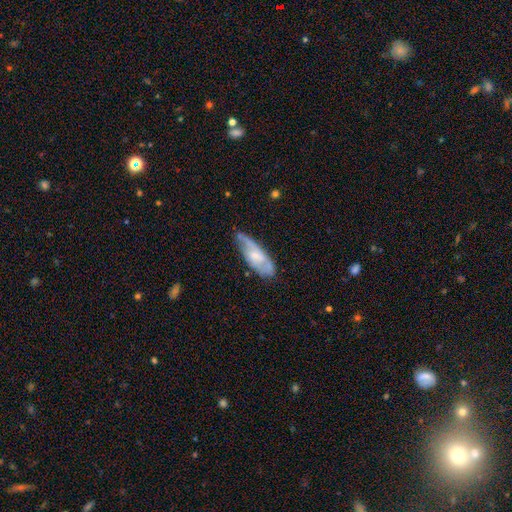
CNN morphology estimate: Q: Smooth or featured?
A: featured or disk (52%); runner-up: smooth (42%)
Q: Edge-on disk?
A: no (81%); runner-up: yes (19%)
Q: Merging?
A: none (52%); runner-up: minor disturbance (33%)